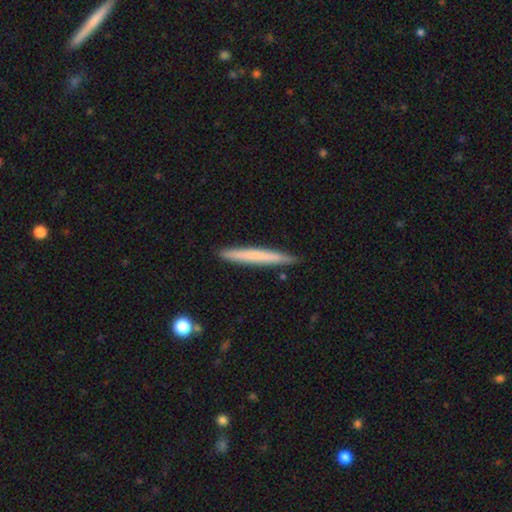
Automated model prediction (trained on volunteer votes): This appears to be a smooth galaxy with no disk features (62%) that is cigar-shaped (97%). Merging: none (90%).